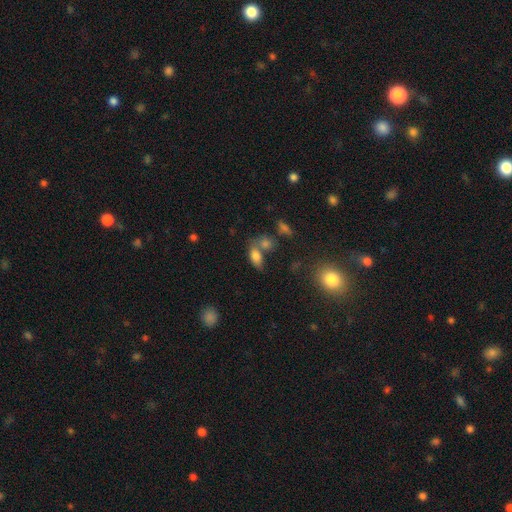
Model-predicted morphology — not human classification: This is likely a smooth galaxy (78%). How rounded: clearly in between (88%). Merging: marginally none (44%).